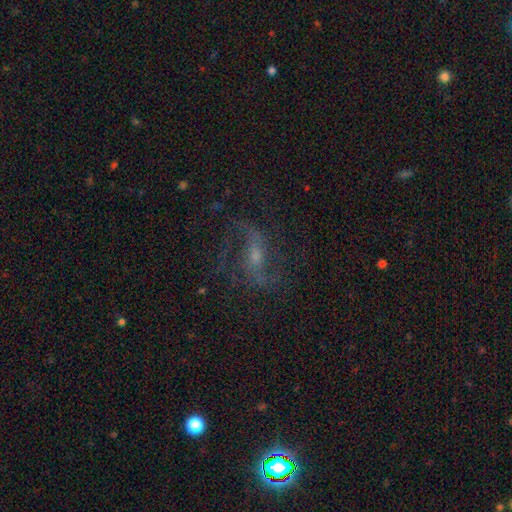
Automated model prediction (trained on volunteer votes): This is clearly a featured or disk galaxy (80%). It is clearly not viewed edge-on (95%). Bar: possibly weak (46%). Spiral arm pattern: clearly yes (93%). Spiral arm count: clearly 2 (81%). Spiral winding: possibly loose (53%). Central bulge: possibly small (46%). Merging: likely none (68%).